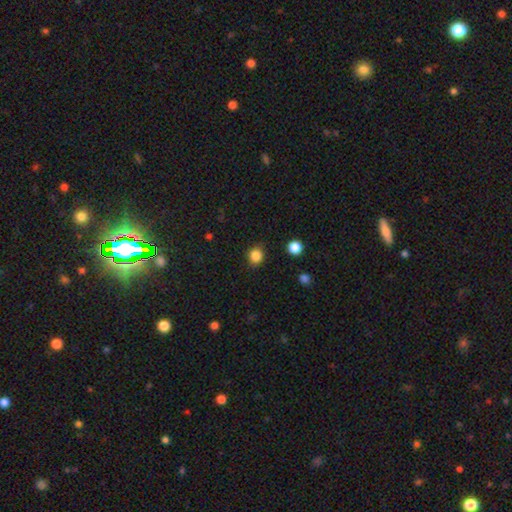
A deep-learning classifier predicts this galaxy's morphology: A smooth galaxy with no disk features (85%) that is round (71%).

Vote fractions:
- Smooth or featured? smooth: 85% / star or artifact: 11% / featured or disk: 4%
- How rounded? round: 71% / in between: 28% / cigar-shaped: 1%
- Merging? none: 87% / minor disturbance: 9% / major disturbance: 2% / merger: 1%